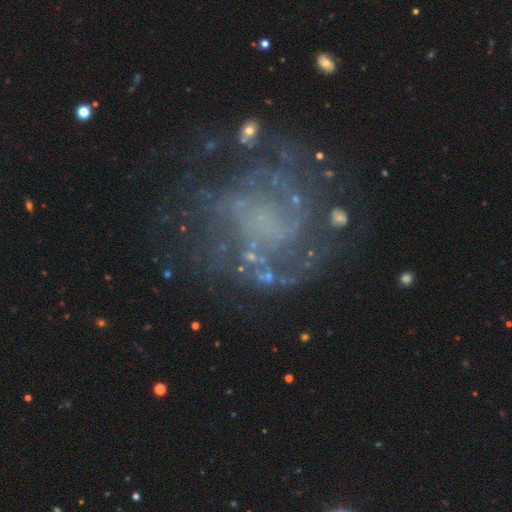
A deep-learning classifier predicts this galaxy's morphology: This appears to be a featured or disk galaxy (80%) with no bar (67%), tight (42%) spiral arms (84%) and no central bulge (71%). Merging: none (65%).